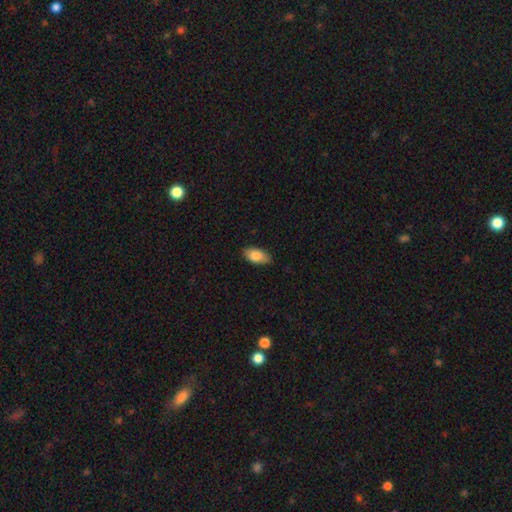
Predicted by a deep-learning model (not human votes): smooth 84%, featured or disk 10%, star or artifact 6%. Down the decision tree: how rounded — in between (93%); merging — none (83%).